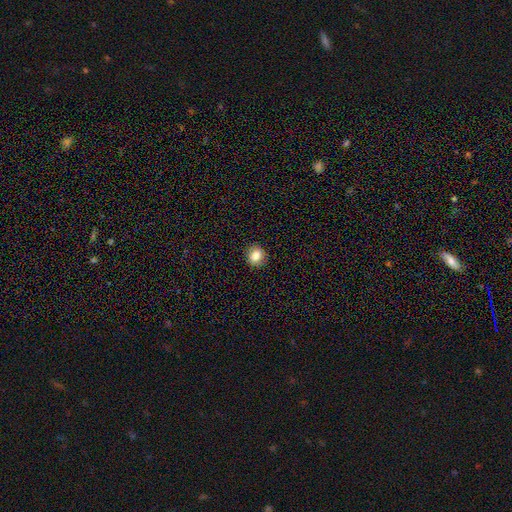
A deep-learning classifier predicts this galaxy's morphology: Overall: smooth (83%). How rounded: round (81%). Merging: none (90%).